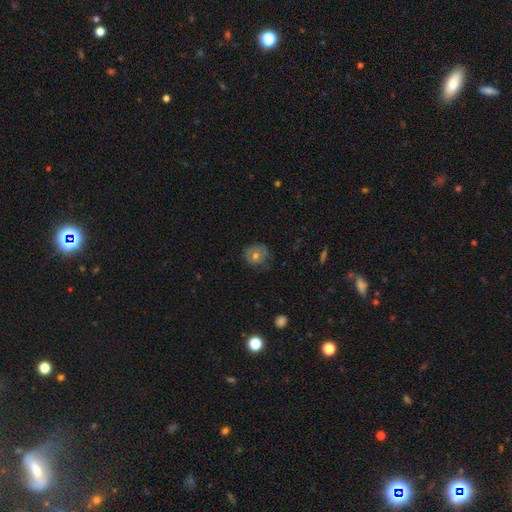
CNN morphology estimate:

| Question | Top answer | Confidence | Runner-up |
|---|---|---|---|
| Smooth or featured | smooth | 56% | featured or disk (33%) |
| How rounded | round | 80% | in between (19%) |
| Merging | none | 68% | minor disturbance (24%) |